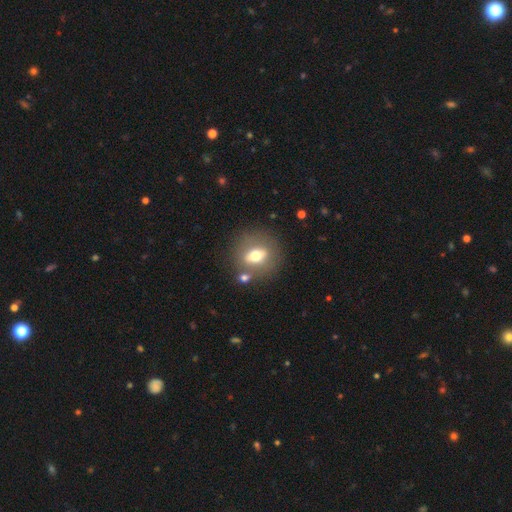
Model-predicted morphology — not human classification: Smooth or featured?
  - smooth: 53% *
  - featured or disk: 37%
  - star or artifact: 10%
How rounded?
  - round: 54% *
  - in between: 42%
  - cigar-shaped: 4%
Merging?
  - none: 73% *
  - minor disturbance: 12%
  - merger: 10%
  - major disturbance: 5%